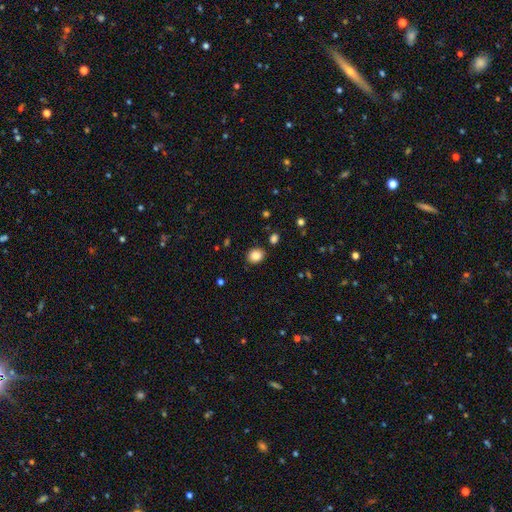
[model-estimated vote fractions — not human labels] Overall: smooth (86%). How rounded: round (57%; in between 42%). Merging: none (87%).